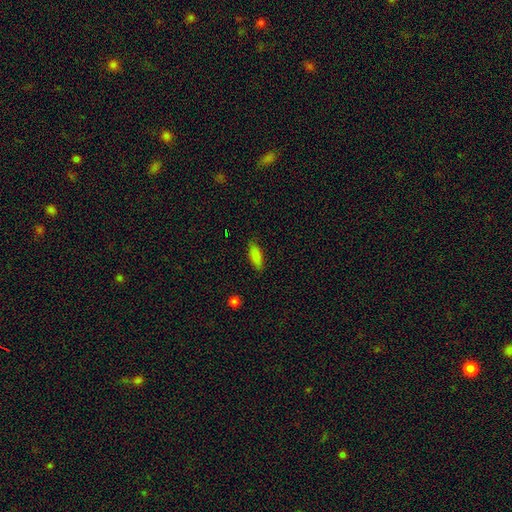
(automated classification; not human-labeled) smooth_or_featured: smooth (p=0.86) [alt: star or artifact p=0.08]
how_rounded: in between (p=0.68) [alt: cigar-shaped p=0.30]
merging: none (p=0.85) [alt: minor disturbance p=0.11]